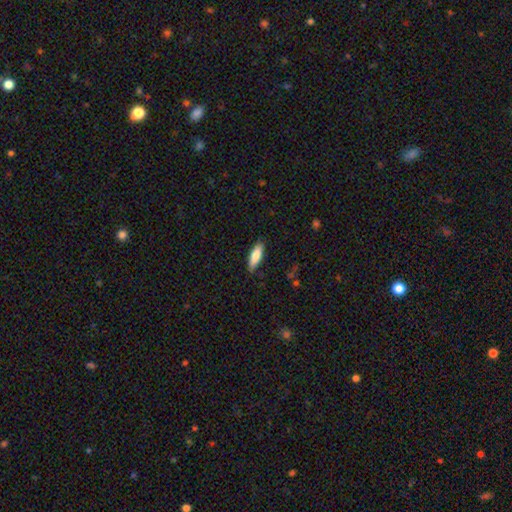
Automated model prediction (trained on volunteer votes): smooth 82%, featured or disk 12%, star or artifact 6%. Down the decision tree: how rounded — in between (57%); merging — none (86%).